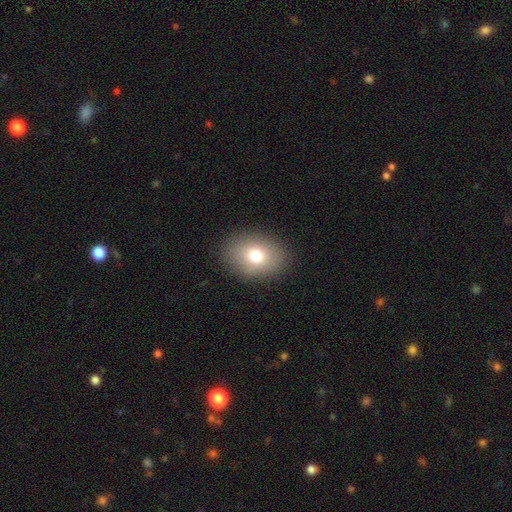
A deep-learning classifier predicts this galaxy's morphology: This is likely a smooth galaxy (76%). How rounded: likely in between (69%). Merging: clearly none (88%).